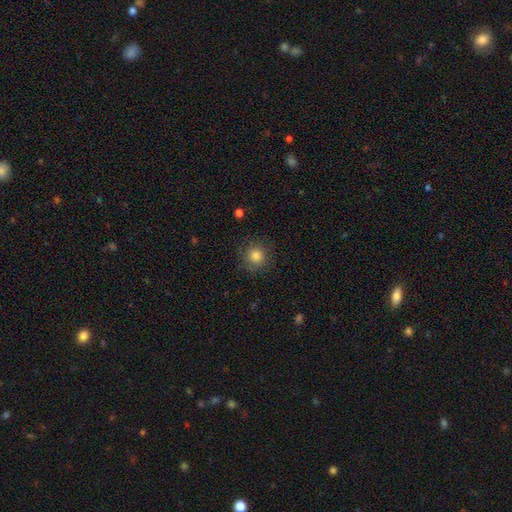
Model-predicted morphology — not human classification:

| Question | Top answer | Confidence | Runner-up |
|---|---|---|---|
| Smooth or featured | smooth | 83% | star or artifact (11%) |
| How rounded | round | 93% | in between (6%) |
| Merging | none | 86% | minor disturbance (10%) |